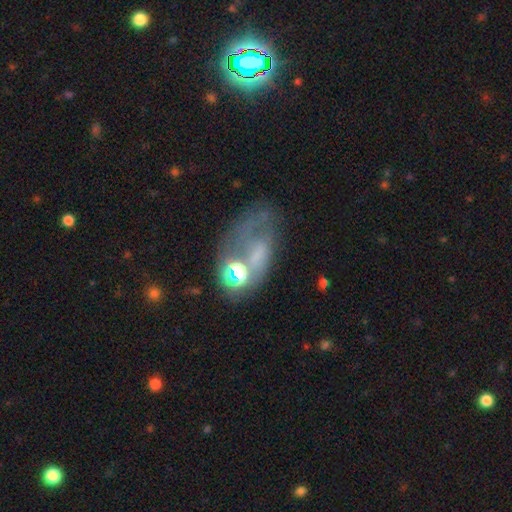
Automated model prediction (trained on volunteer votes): Q: Smooth or featured?
A: featured or disk (42%); runner-up: smooth (35%)
Q: Merging?
A: major disturbance (34%); runner-up: none (31%)